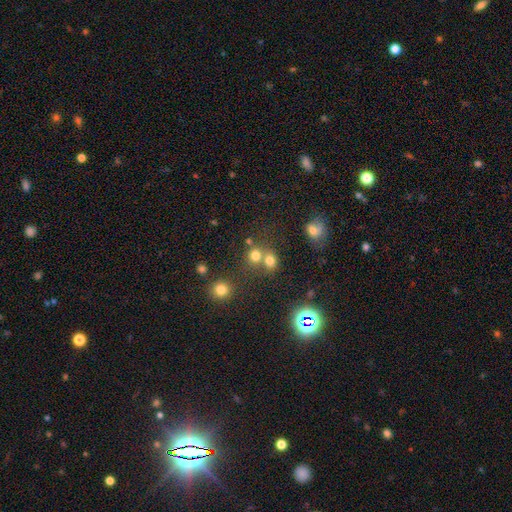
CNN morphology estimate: Overall: smooth (73%). How rounded: round (78%). Merging: none (47%; merger 41%).